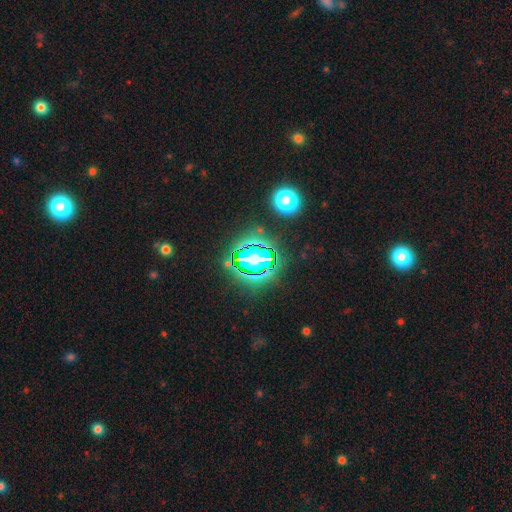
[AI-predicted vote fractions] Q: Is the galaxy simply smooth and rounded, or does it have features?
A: star or artifact — 72%.